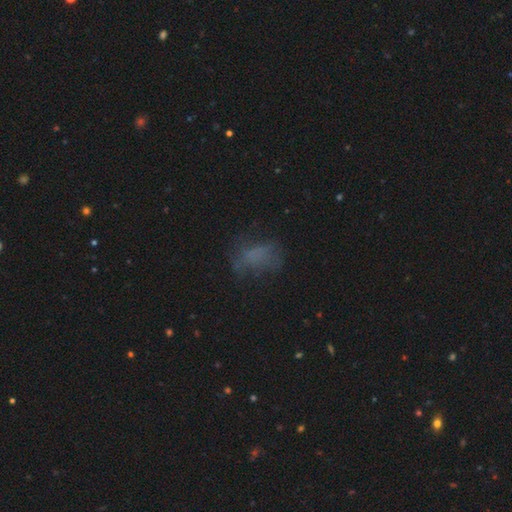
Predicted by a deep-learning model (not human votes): The model was most divided on "merging": none: 53%, major disturbance: 24%, minor disturbance: 22%, merger: 2%. More confident: how rounded — in between (76%); smooth or featured — smooth (53%).